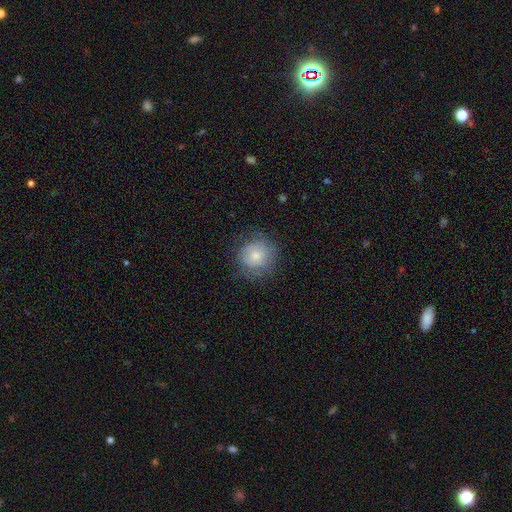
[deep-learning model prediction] Smooth or featured: smooth — 72% (featured or disk — 19%)
How rounded: round — 90% (in between — 9%)
Merging: none — 70% (minor disturbance — 20%)